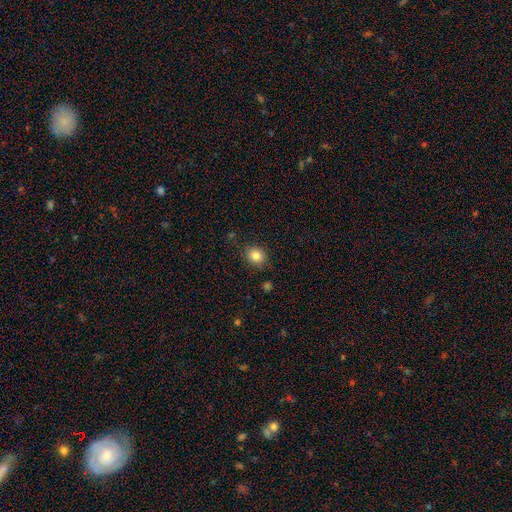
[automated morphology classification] This appears to be a smooth galaxy with no disk features (84%) that is round (74%). Merging: none (84%).